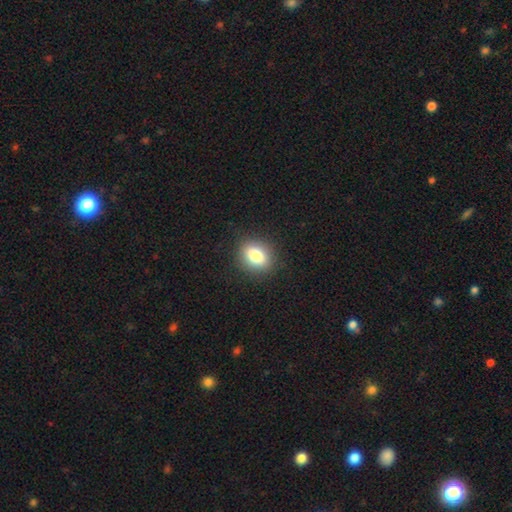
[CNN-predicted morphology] Smooth or featured? smooth (81%)
How rounded? in between (54%)
Merging? none (88%)